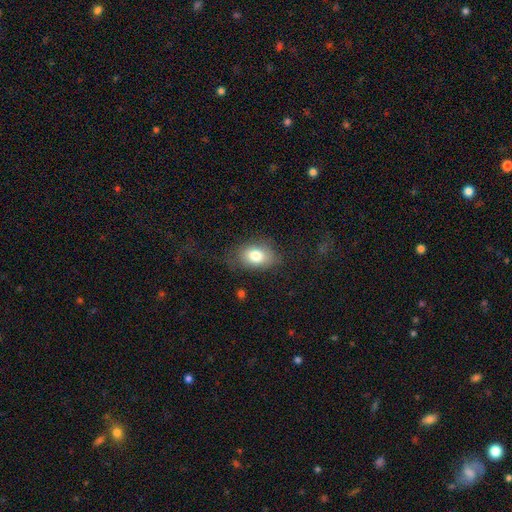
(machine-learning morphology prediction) Overall: smooth (79%). How rounded: in between (79%). Merging: none (70%).